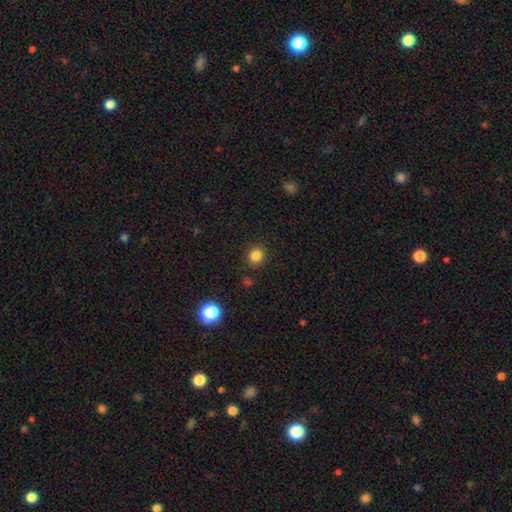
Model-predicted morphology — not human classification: This appears to be a smooth galaxy with no disk features (83%) that is round (82%). Merging: none (89%).